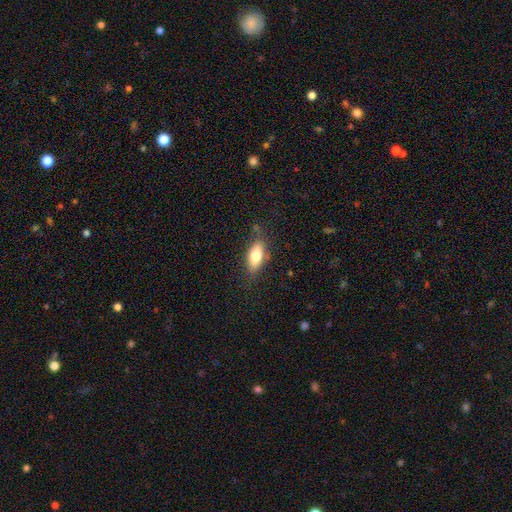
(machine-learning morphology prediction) Smooth or featured?
  - smooth: 74% *
  - featured or disk: 18%
  - star or artifact: 7%
How rounded?
  - in between: 81% *
  - cigar-shaped: 16%
  - round: 4%
Merging?
  - none: 78% *
  - minor disturbance: 16%
  - major disturbance: 4%
  - merger: 2%